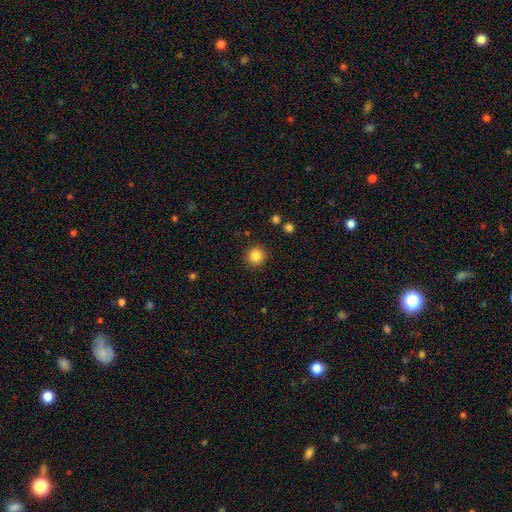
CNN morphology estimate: Smooth or featured? smooth (85%)
How rounded? round (95%)
Merging? none (91%)